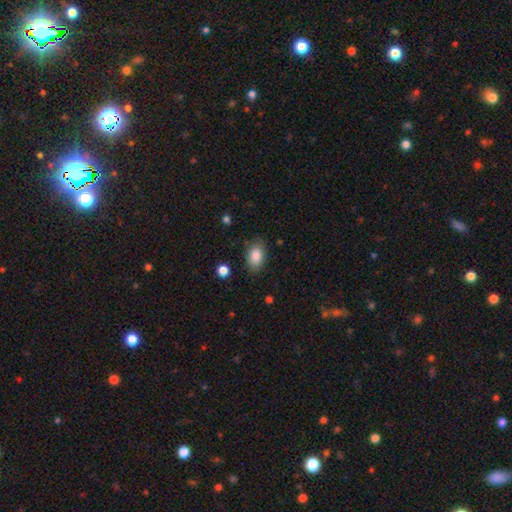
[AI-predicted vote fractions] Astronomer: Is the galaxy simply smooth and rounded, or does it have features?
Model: smooth — 85%.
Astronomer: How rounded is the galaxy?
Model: in between — 88%.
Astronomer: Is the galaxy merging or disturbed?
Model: none — 81%.